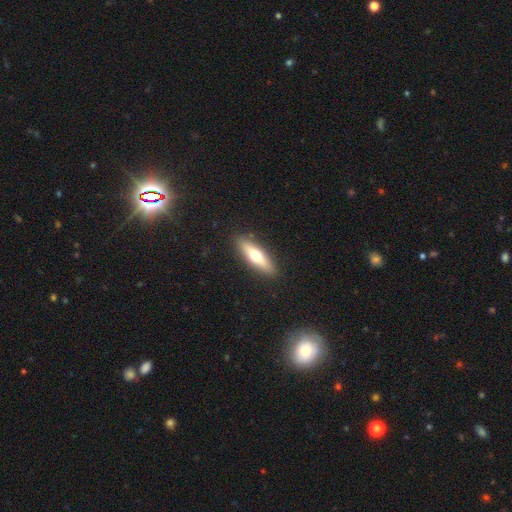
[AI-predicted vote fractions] This appears to be a smooth galaxy with no disk features (57%) that is cigar-shaped (63%). Merging: none (89%).